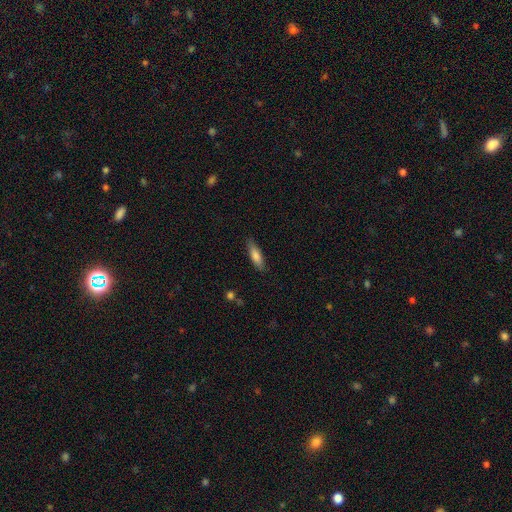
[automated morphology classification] Smooth or featured? smooth (78%)
How rounded? cigar-shaped (55%)
Merging? none (82%)